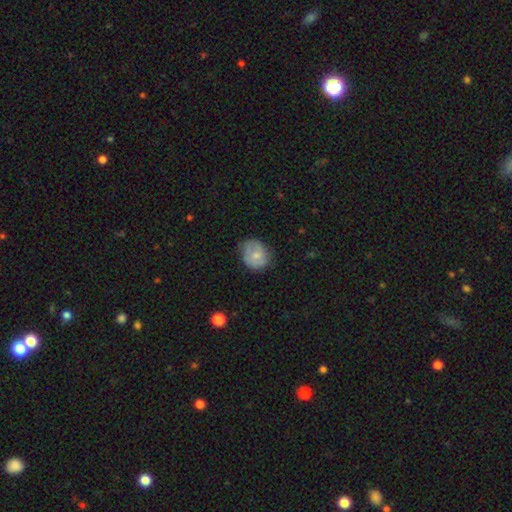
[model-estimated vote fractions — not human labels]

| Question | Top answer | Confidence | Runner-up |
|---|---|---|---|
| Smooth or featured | smooth | 58% | featured or disk (35%) |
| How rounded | round | 69% | in between (30%) |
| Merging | none | 68% | minor disturbance (24%) |